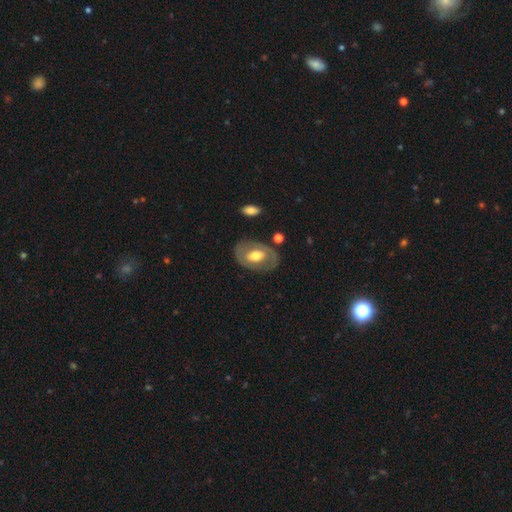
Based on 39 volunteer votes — This is possibly a featured or disk galaxy (49%). It is clearly not viewed edge-on (89%). Bar: possibly weak (53%). Spiral arm pattern: clearly no (88%). Central bulge: possibly moderate (59%). Merging: likely none (76%).